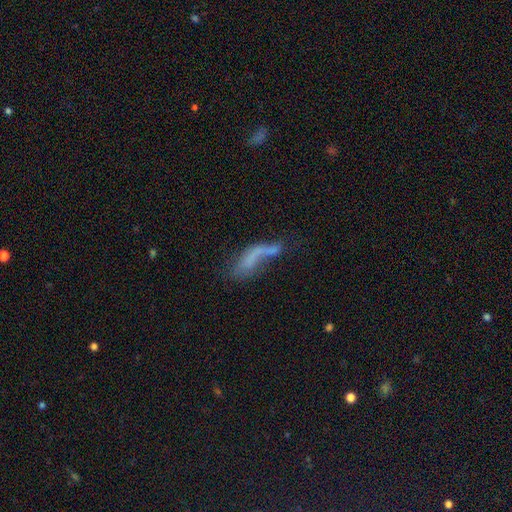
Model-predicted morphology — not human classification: This appears to be a smooth galaxy with no disk features (48%). Merging: major disturbance (32%).